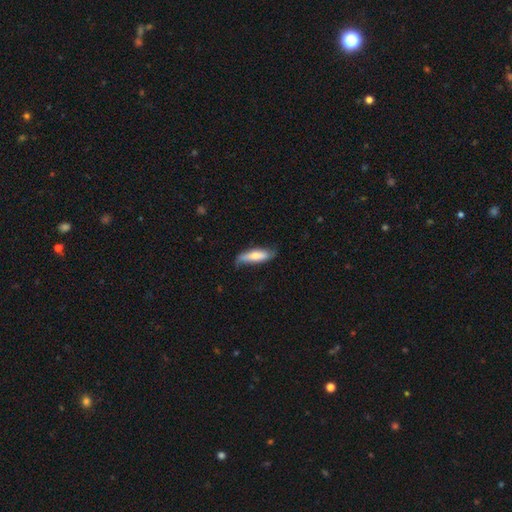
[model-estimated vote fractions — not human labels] smooth 65%, featured or disk 29%, star or artifact 6%. Down the decision tree: how rounded — cigar-shaped (55%); merging — none (62%).